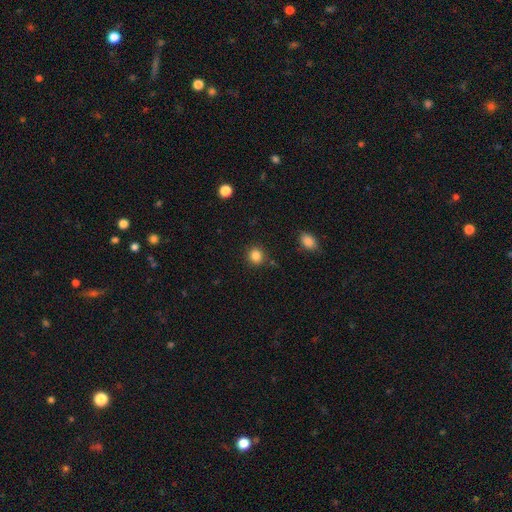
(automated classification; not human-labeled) This appears to be a smooth galaxy with no disk features (84%) that is round (84%). Merging: none (87%).